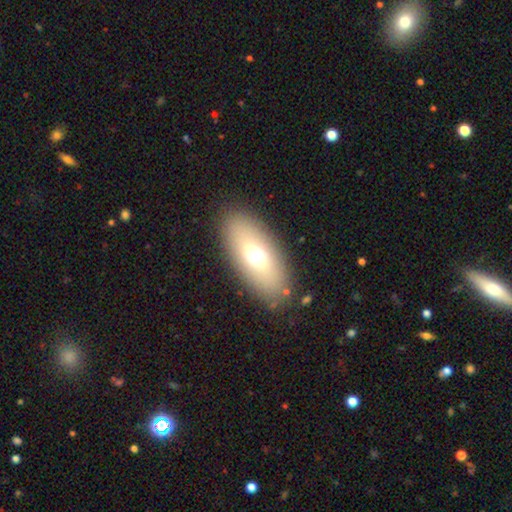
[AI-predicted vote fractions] This appears to be a smooth galaxy with no disk features (63%) that is in between round and cigar-shaped (84%). Merging: none (85%).